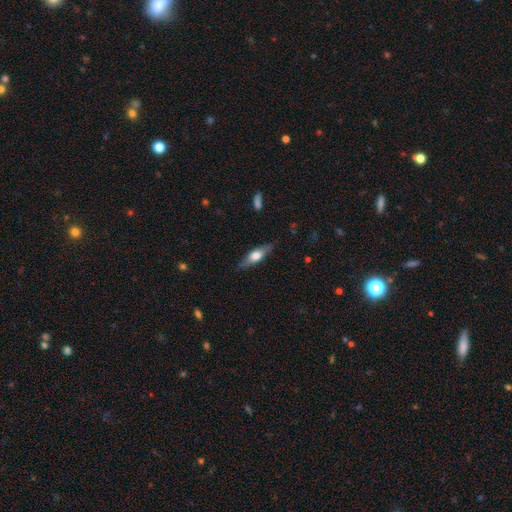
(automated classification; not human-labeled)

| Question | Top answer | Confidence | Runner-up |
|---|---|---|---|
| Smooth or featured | featured or disk | 49% | smooth (46%) |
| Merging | none | 80% | minor disturbance (16%) |